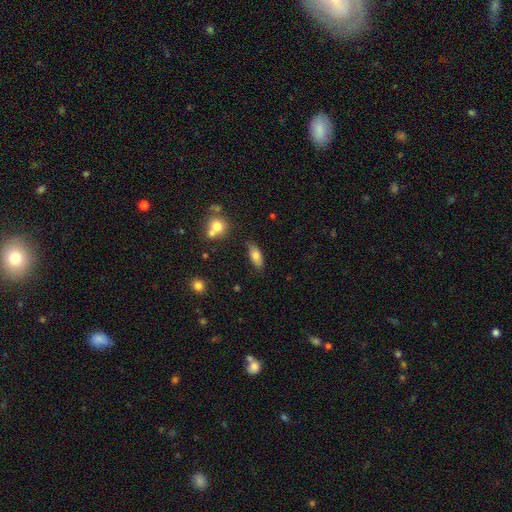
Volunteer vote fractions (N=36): This appears to be a smooth galaxy with no disk features (83%) that is in between round and cigar-shaped (83%). Merging: none (77%).